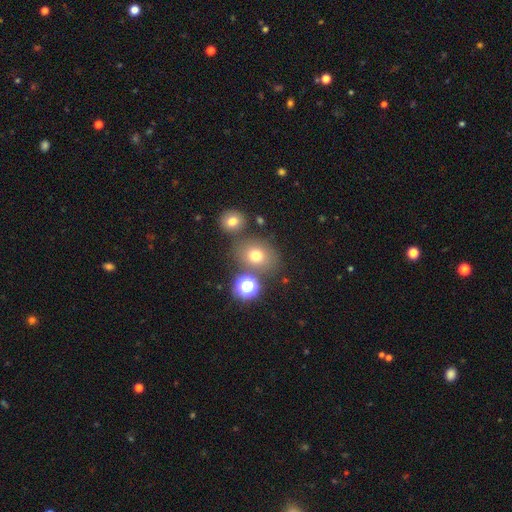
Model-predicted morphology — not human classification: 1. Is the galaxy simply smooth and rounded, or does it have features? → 70% smooth, 18% star or artifact, 12% featured or disk.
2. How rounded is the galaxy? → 58% round, 41% in between, 1% cigar-shaped.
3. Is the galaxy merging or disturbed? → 69% none, 13% merger, 13% minor disturbance, 5% major disturbance.